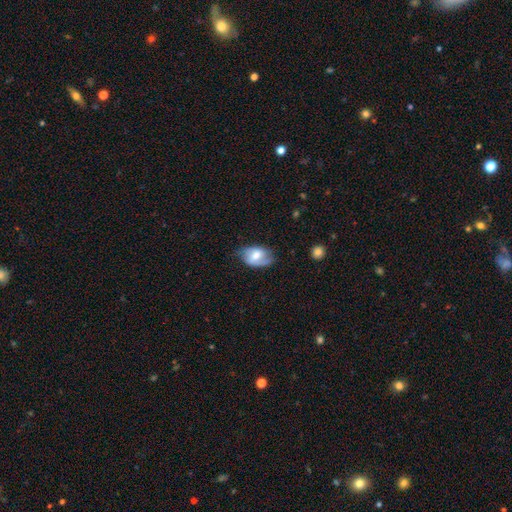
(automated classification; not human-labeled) This appears to be a featured or disk galaxy (52%). Merging: none (60%).